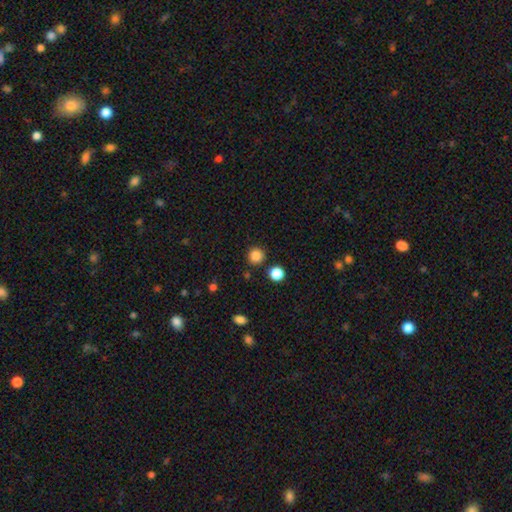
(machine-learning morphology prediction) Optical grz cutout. It shows a smooth galaxy with no disk features (85%) that is round (94%). Merging: none (89%).